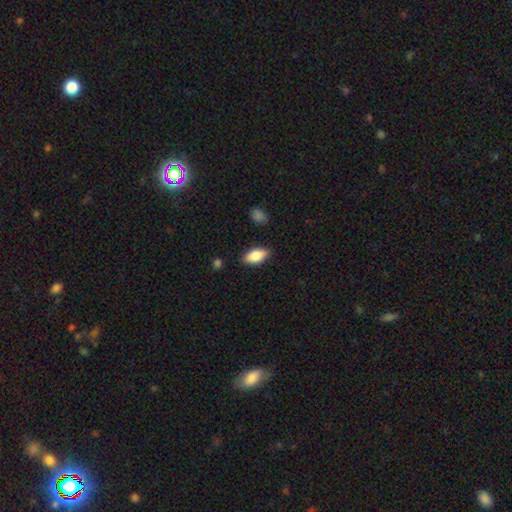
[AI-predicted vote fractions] Q: Smooth or featured?
A: smooth (84%); runner-up: featured or disk (9%)
Q: How rounded?
A: in between (91%); runner-up: cigar-shaped (5%)
Q: Merging?
A: none (85%); runner-up: minor disturbance (11%)